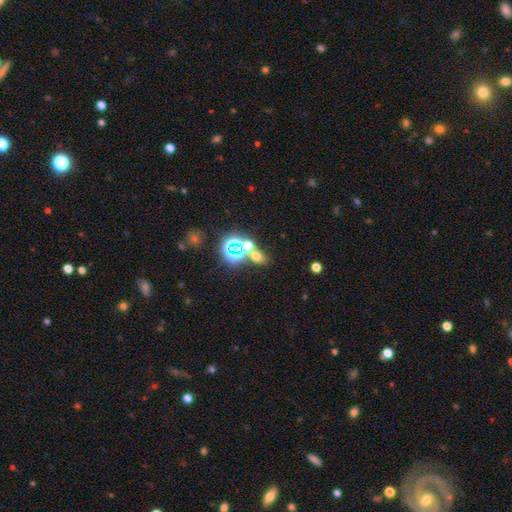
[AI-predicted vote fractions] Smooth or featured?
  - smooth: 55% *
  - star or artifact: 35%
  - featured or disk: 10%
How rounded?
  - round: 53% *
  - in between: 45%
  - cigar-shaped: 2%
Merging?
  - none: 60% *
  - merger: 27%
  - minor disturbance: 8%
  - major disturbance: 4%